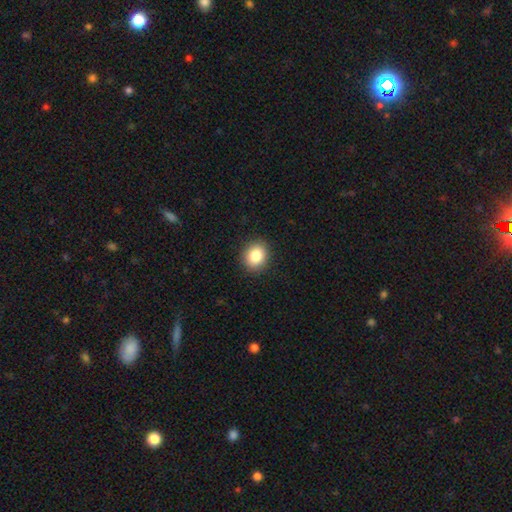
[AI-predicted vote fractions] Smooth or featured? smooth (85%)
How rounded? round (65%)
Merging? none (90%)